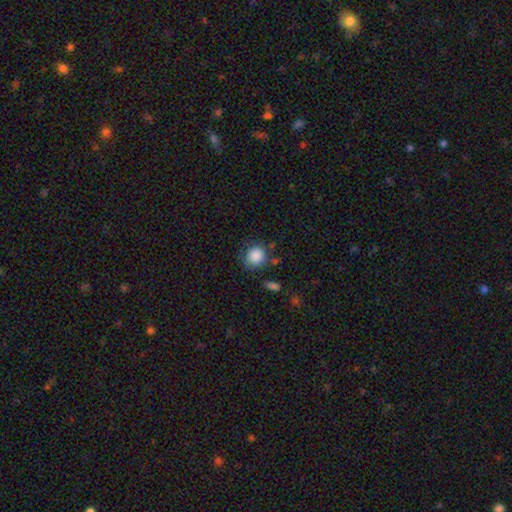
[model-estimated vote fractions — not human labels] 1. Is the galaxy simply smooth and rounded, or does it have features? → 87% smooth, 8% star or artifact, 5% featured or disk.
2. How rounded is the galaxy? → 83% round, 16% in between, 1% cigar-shaped.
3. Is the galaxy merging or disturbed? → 70% none, 19% minor disturbance, 7% major disturbance, 4% merger.